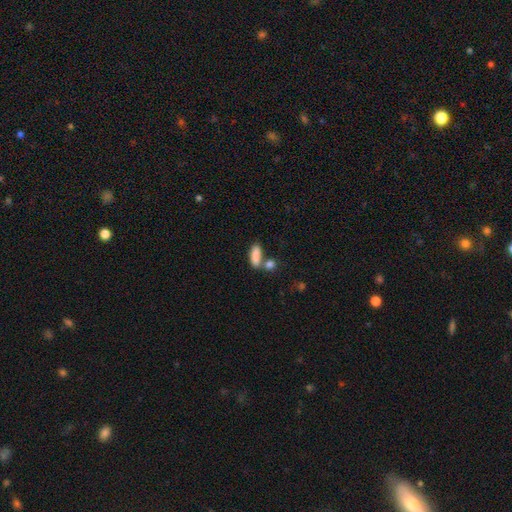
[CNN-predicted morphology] Smooth or featured: smooth — 85% (star or artifact — 8%)
How rounded: in between — 67% (cigar-shaped — 29%)
Merging: none — 53% (merger — 29%)